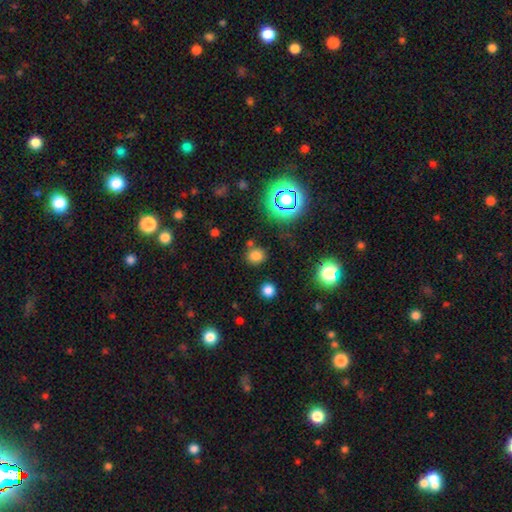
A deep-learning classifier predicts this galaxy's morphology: smooth-or-featured: smooth: 72% | star or artifact: 22% | featured or disk: 6%
  how-rounded: round: 76% | in between: 23% | cigar-shaped: 1%
  merging: none: 79% | minor disturbance: 10% | merger: 7% | major disturbance: 4%